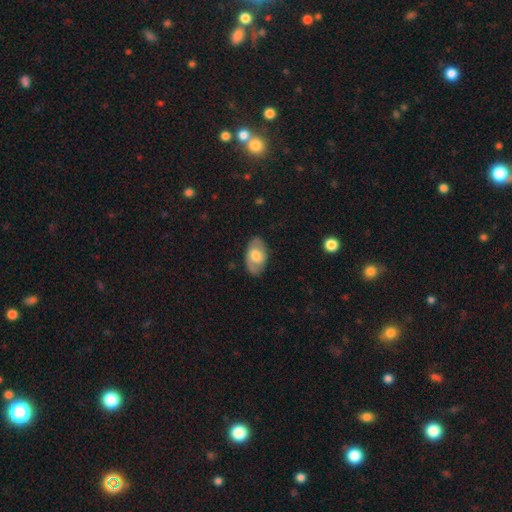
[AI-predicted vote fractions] smooth_or_featured: smooth (p=0.50) [alt: featured or disk p=0.44]
how_rounded: in between (p=0.92) [alt: round p=0.06]
merging: none (p=0.82) [alt: minor disturbance p=0.14]